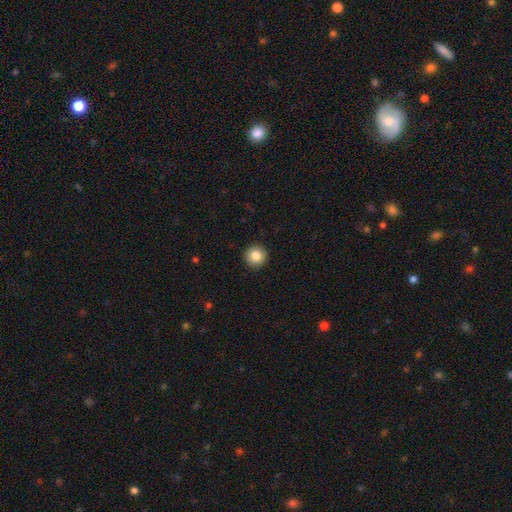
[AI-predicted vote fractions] This appears to be a smooth galaxy with no disk features (85%) that is round (96%). Merging: none (93%).